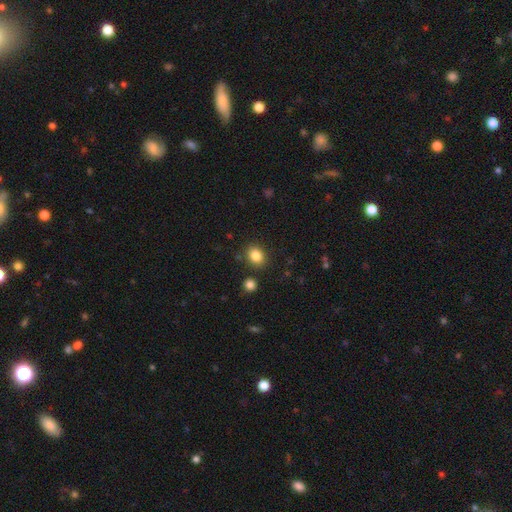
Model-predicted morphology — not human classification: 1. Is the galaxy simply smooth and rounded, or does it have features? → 85% smooth, 10% star or artifact, 5% featured or disk.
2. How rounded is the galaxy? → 55% round, 44% in between, 1% cigar-shaped.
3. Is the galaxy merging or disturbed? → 84% none, 9% minor disturbance, 4% merger, 3% major disturbance.